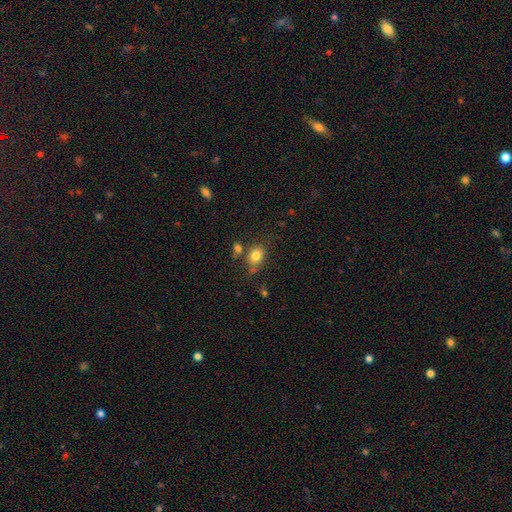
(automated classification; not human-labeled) Morphology: type=smooth (81%); roundness=in between (58%); merging=none (68%).